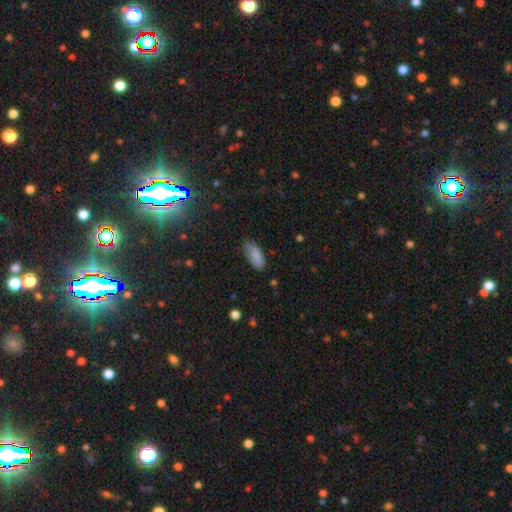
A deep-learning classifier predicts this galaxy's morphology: Smooth or featured: smooth — 85% (featured or disk — 8%)
How rounded: in between — 85% (cigar-shaped — 13%)
Merging: none — 70% (minor disturbance — 24%)